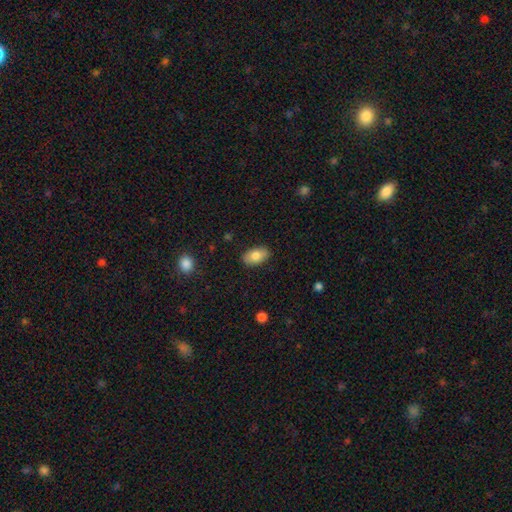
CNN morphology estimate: This appears to be a smooth galaxy with no disk features (81%) that is in between round and cigar-shaped (92%). Merging: none (87%).